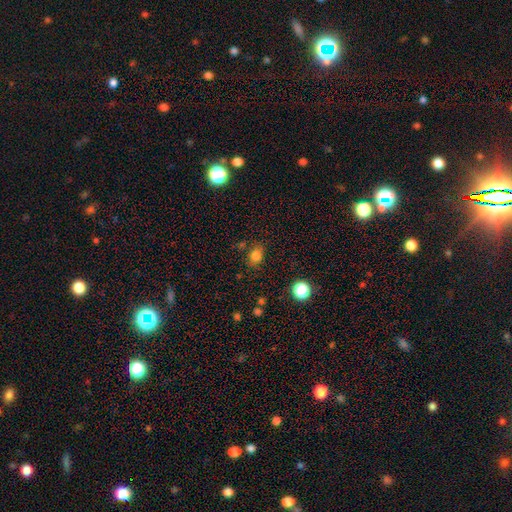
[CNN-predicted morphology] Q: Smooth or featured?
A: smooth (81%); runner-up: star or artifact (14%)
Q: How rounded?
A: in between (58%); runner-up: round (41%)
Q: Merging?
A: none (78%); runner-up: minor disturbance (14%)